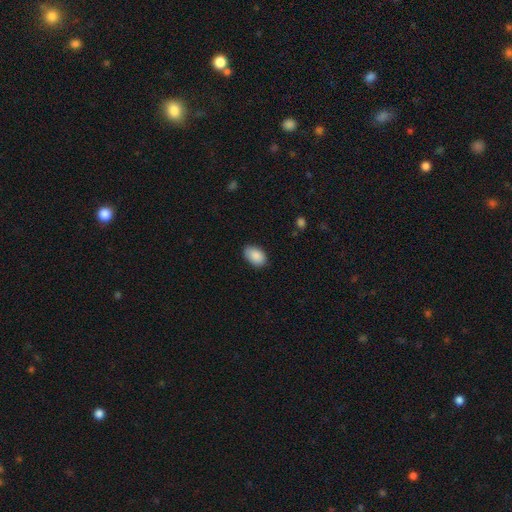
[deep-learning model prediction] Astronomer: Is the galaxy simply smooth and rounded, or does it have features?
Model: smooth — 89%.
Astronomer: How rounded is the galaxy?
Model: in between — 90%.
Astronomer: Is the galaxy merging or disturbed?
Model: none — 83%.